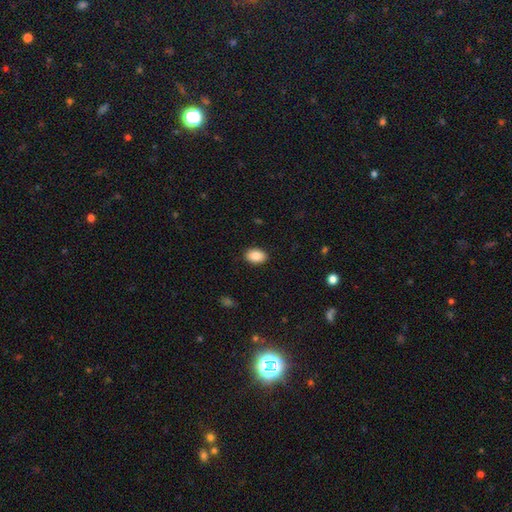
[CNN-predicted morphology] smooth-or-featured: smooth: 87% | star or artifact: 7% | featured or disk: 6%
  how-rounded: in between: 87% | round: 12% | cigar-shaped: 1%
  merging: none: 89% | minor disturbance: 8% | major disturbance: 2% | merger: 1%